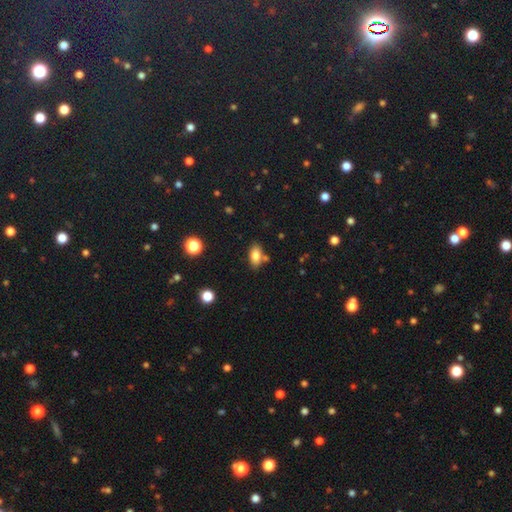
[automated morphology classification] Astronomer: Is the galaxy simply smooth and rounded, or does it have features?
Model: smooth — 80%.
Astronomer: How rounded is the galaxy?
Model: in between — 89%.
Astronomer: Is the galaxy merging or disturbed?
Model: none — 73%.